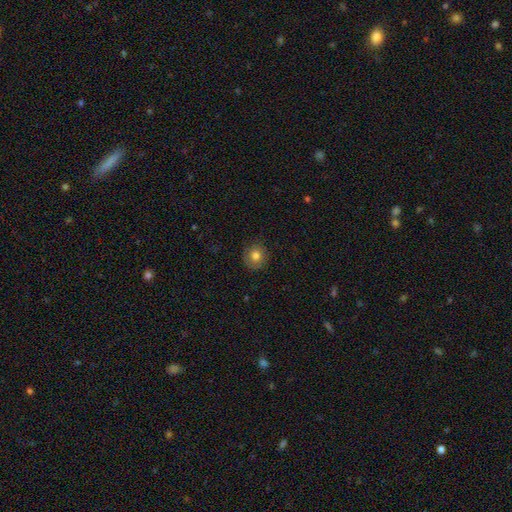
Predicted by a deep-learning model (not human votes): A smooth galaxy with no disk features (78%) that is round (90%).

Vote fractions:
- Smooth or featured? smooth: 78% / featured or disk: 11% / star or artifact: 11%
- How rounded? round: 90% / in between: 9% / cigar-shaped: 1%
- Merging? none: 88% / minor disturbance: 9% / major disturbance: 2% / merger: 1%